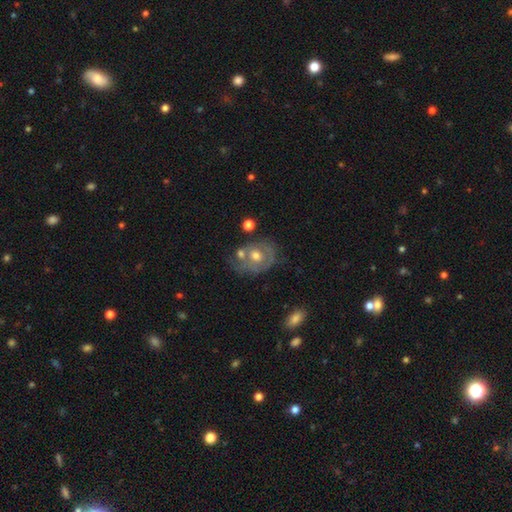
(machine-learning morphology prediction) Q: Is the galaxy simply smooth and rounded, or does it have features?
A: featured or disk — 62%.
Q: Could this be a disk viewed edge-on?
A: no — 96%.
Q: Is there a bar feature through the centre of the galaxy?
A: no — 82%.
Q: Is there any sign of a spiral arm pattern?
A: no — 50%, tied with yes.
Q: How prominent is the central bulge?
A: moderate — 72%.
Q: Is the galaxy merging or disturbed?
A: none — 48%.